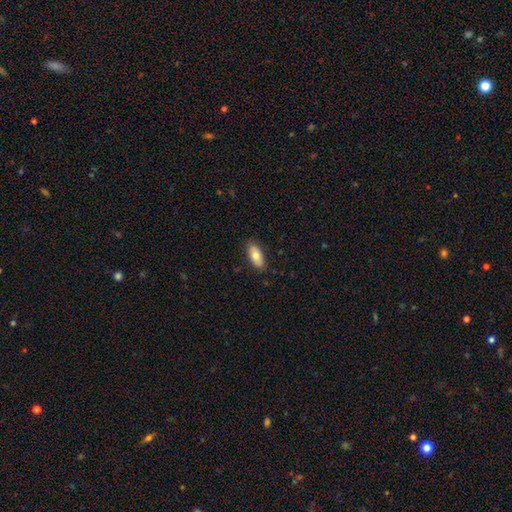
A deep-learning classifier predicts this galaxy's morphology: Smooth or featured? smooth (76%)
How rounded? in between (87%)
Merging? none (86%)